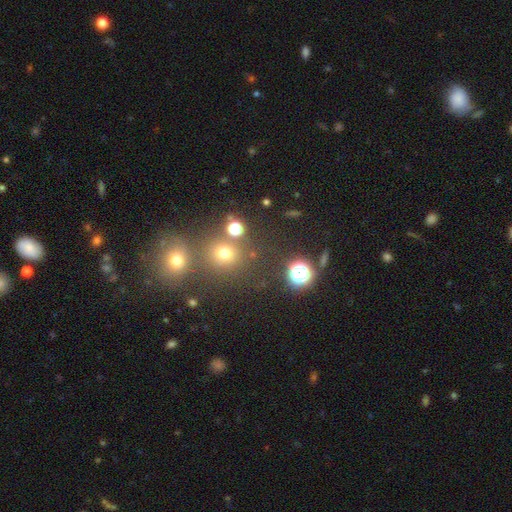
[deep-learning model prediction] Smooth or featured? Predicted: star or artifact (p=0.46).